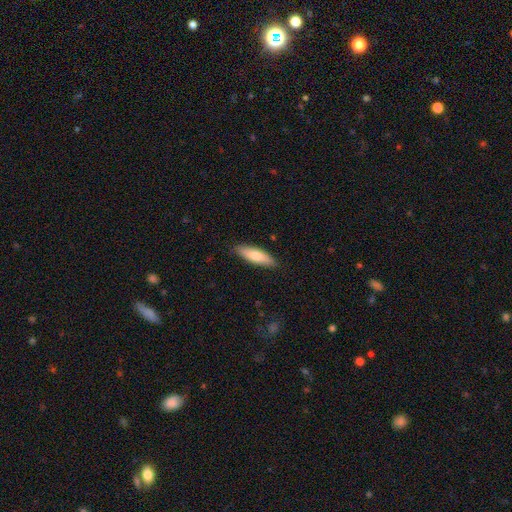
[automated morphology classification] Smooth or featured: smooth — 72% (featured or disk — 23%)
How rounded: cigar-shaped — 52% (in between — 46%)
Merging: none — 88% (minor disturbance — 9%)